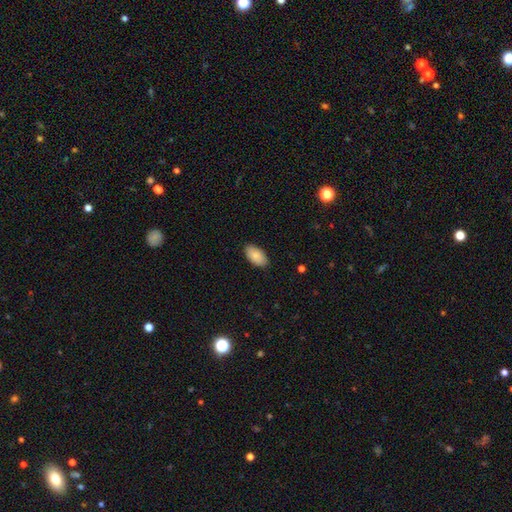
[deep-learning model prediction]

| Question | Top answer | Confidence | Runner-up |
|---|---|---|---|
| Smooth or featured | smooth | 86% | featured or disk (8%) |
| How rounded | in between | 95% | round (2%) |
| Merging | none | 87% | minor disturbance (10%) |